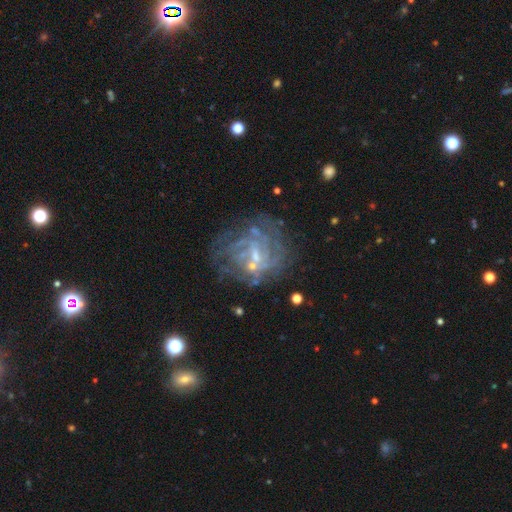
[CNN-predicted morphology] smooth-or-featured: featured or disk: 78% | star or artifact: 12% | smooth: 11%
  disk-edge-on: no: 98% | yes: 2%
    bar: weak: 48% | no: 38% | strong: 14%
    has-spiral-arms: yes: 76% | no: 24%
      spiral-winding: tight: 57% | medium: 31% | loose: 12%
      spiral-arm-count: can't tell: 52% | 4: 12% | 3: 12% | 2: 11% | more than 4: 7% | 1: 6%
    bulge-size: small: 57% | none: 22% | moderate: 18% | large: 2% | dominant: 1%
  merging: none: 61% | minor disturbance: 17% | major disturbance: 16% | merger: 6%